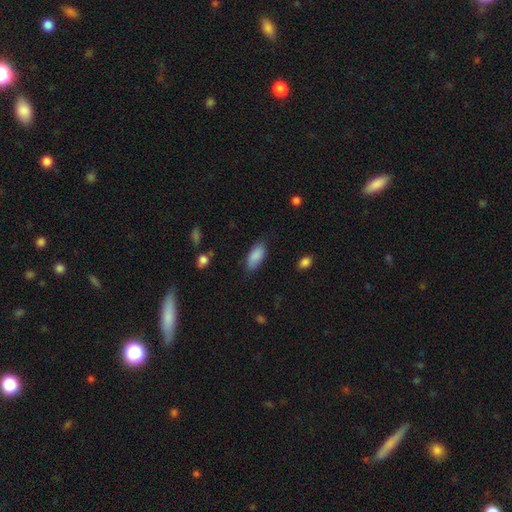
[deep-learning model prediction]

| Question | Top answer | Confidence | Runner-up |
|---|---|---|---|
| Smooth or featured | smooth | 88% | star or artifact (6%) |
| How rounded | in between | 86% | cigar-shaped (12%) |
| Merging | none | 80% | minor disturbance (15%) |